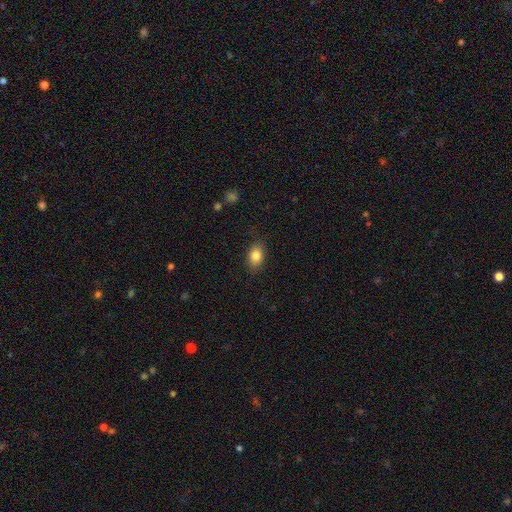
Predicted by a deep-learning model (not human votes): Smooth or featured? smooth (85%)
How rounded? in between (76%)
Merging? none (85%)